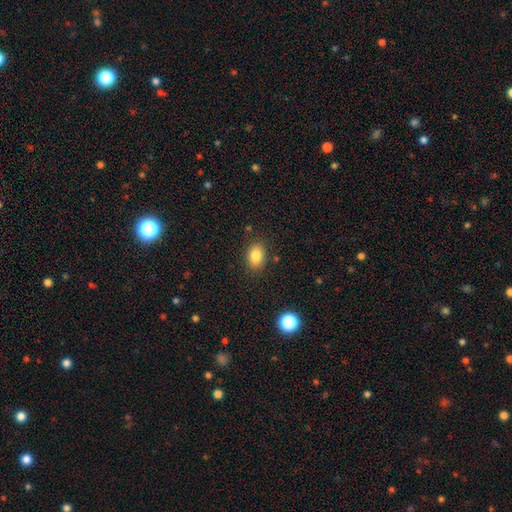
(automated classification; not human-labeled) A smooth galaxy with no disk features (83%) that is in between round and cigar-shaped (79%). Merging: none (85%).